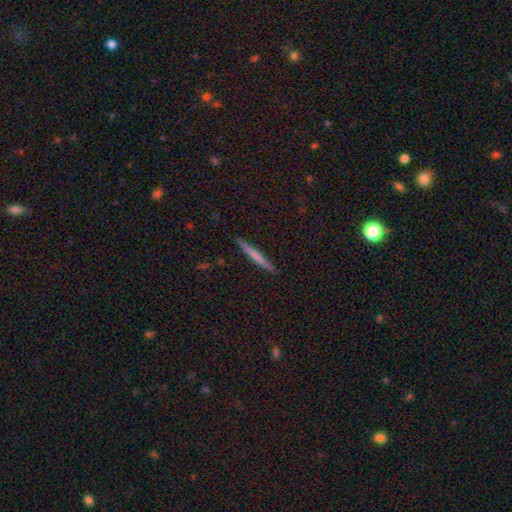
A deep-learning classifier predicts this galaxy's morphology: Overall: smooth (57%; featured or disk 37%). How rounded: cigar-shaped (96%). Merging: none (91%).